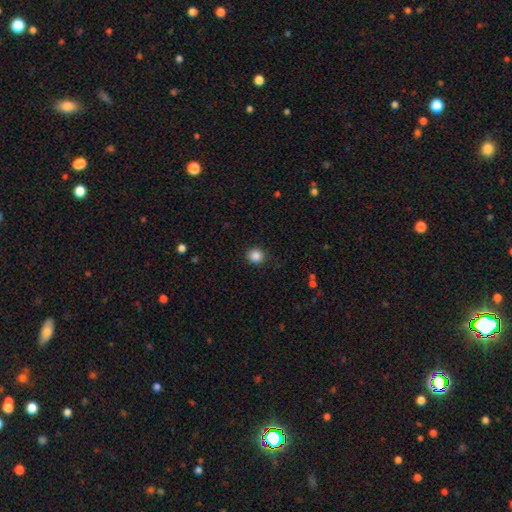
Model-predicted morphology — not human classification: smooth-or-featured: smooth: 86% | star or artifact: 11% | featured or disk: 3%
  how-rounded: round: 89% | in between: 10% | cigar-shaped: 1%
  merging: none: 87% | minor disturbance: 9% | major disturbance: 3% | merger: 1%